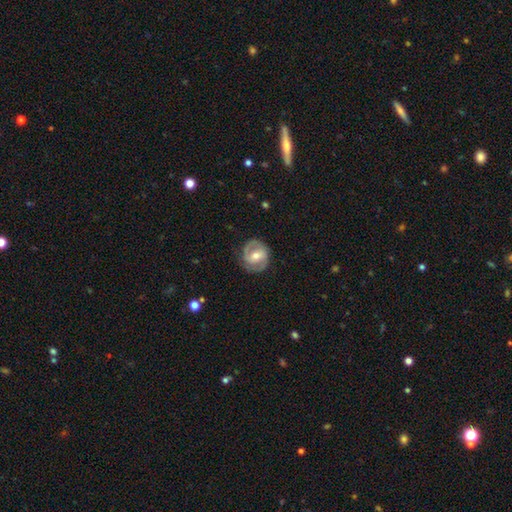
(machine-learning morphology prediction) Q: Smooth or featured?
A: featured or disk (74%); runner-up: smooth (20%)
Q: Edge-on disk?
A: no (97%); runner-up: yes (3%)
Q: Bar?
A: weak (46%); runner-up: strong (27%)
Q: Spiral arms?
A: yes (86%); runner-up: no (14%)
Q: Spiral winding?
A: medium (44%); runner-up: tight (43%)
Q: Spiral arm count?
A: 2 (84%); runner-up: can't tell (9%)
Q: Bulge size?
A: moderate (63%); runner-up: small (31%)
Q: Merging?
A: none (81%); runner-up: minor disturbance (13%)